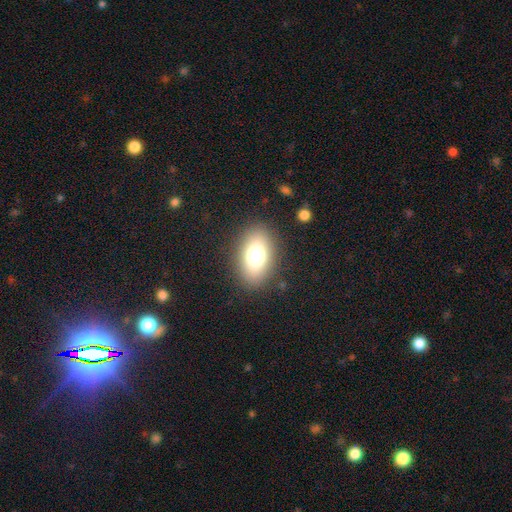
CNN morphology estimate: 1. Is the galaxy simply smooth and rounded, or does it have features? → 73% smooth, 14% featured or disk, 12% star or artifact.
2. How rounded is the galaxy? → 83% in between, 15% round, 2% cigar-shaped.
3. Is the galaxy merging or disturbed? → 86% none, 9% minor disturbance, 4% major disturbance, 1% merger.